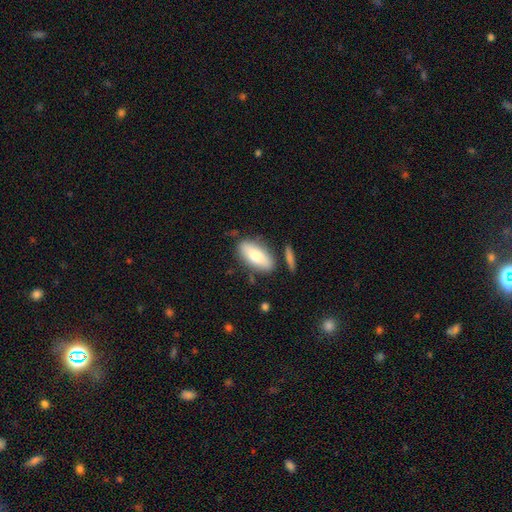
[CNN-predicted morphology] A smooth galaxy with no disk features (76%) that is in between round and cigar-shaped (85%).

Vote fractions:
- Smooth or featured? smooth: 76% / featured or disk: 18% / star or artifact: 6%
- How rounded? in between: 85% / cigar-shaped: 12% / round: 3%
- Merging? none: 76% / minor disturbance: 14% / merger: 6% / major disturbance: 4%